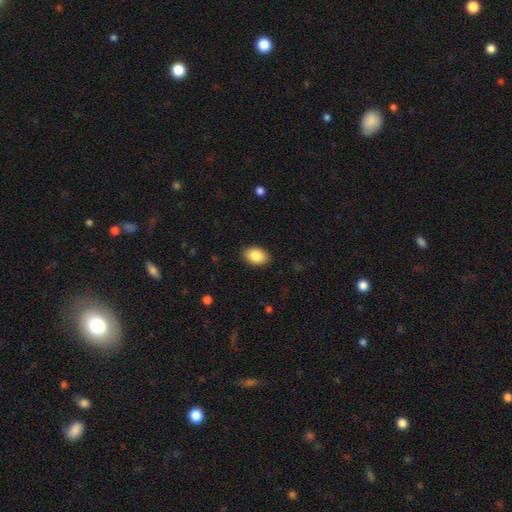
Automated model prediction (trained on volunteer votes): smooth-or-featured: smooth: 88% | star or artifact: 7% | featured or disk: 5%
  how-rounded: in between: 87% | round: 12% | cigar-shaped: 1%
  merging: none: 89% | minor disturbance: 8% | major disturbance: 2% | merger: 1%